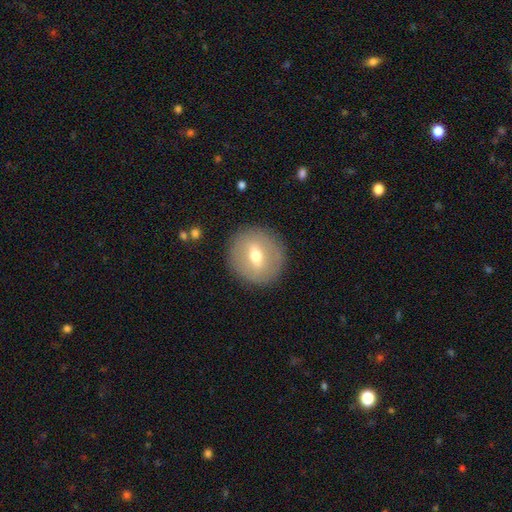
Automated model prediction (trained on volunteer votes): smooth_or_featured: smooth (p=0.51) [alt: featured or disk p=0.41]
how_rounded: round (p=0.89) [alt: in between p=0.09]
merging: none (p=0.89) [alt: minor disturbance p=0.07]